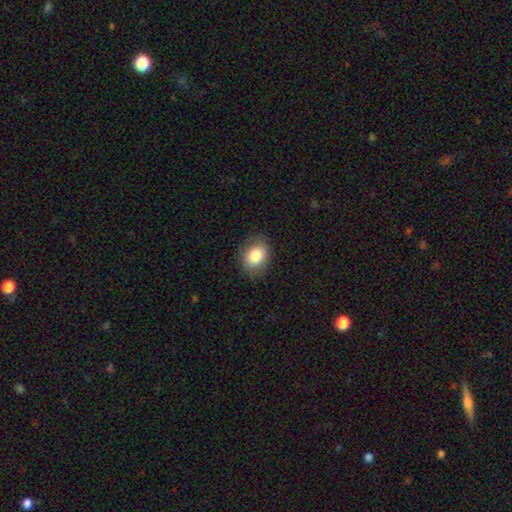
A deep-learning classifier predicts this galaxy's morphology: Smooth or featured? Predicted: smooth (p=0.82). How rounded? Predicted: in between (p=0.63). Merging? Predicted: none (p=0.84).